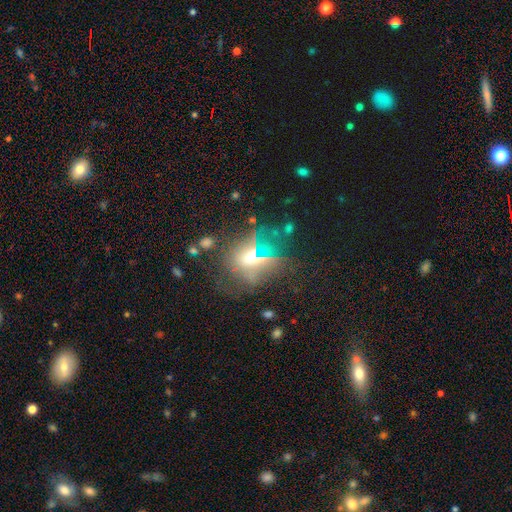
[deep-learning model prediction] This is marginally a smooth galaxy (38%). Merging: likely none (62%).